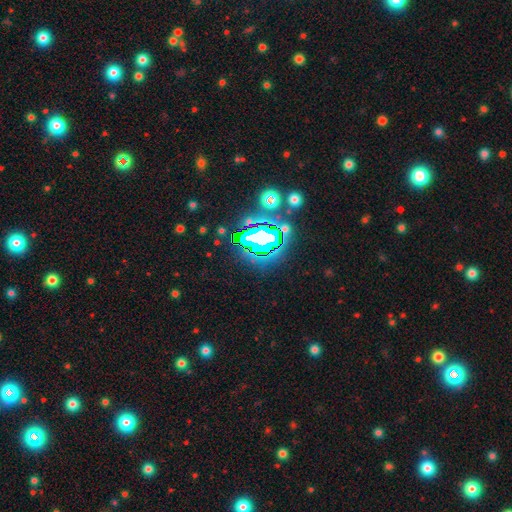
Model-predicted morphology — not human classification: Smooth or featured?
  - star or artifact: 81% *
  - smooth: 12%
  - featured or disk: 7%